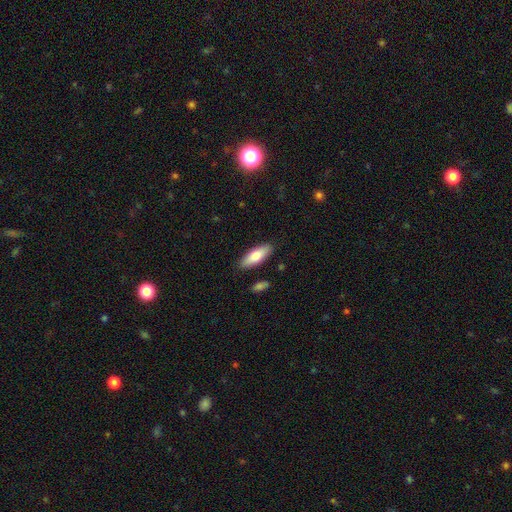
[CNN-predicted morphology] A smooth galaxy with no disk features (76%) that is in between round and cigar-shaped (67%). Merging: none (87%).